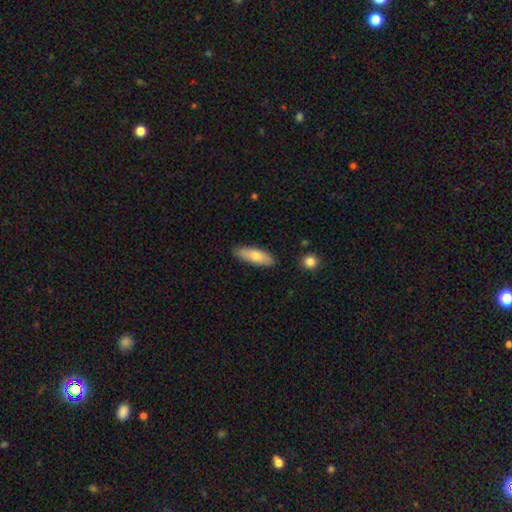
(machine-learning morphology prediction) The model was most divided on "how rounded": in between: 51%, cigar-shaped: 47%, round: 2%. More confident: merging — none (87%); smooth or featured — smooth (75%).